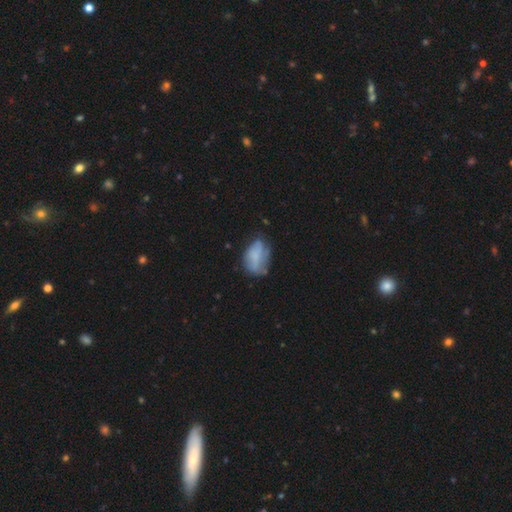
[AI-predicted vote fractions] This appears to be a smooth galaxy with no disk features (61%) that is in between round and cigar-shaped (86%). Merging: none (38%).